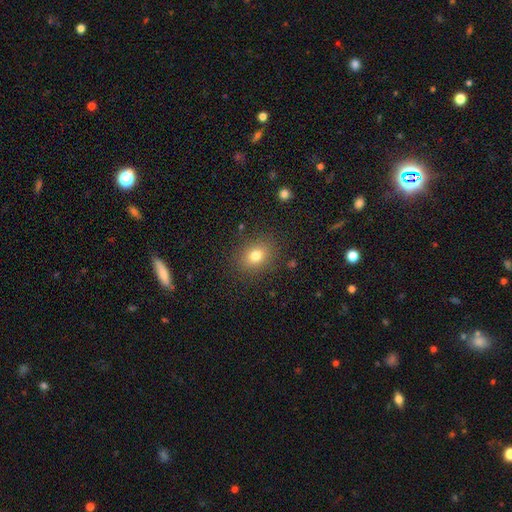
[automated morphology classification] This is likely a smooth galaxy (79%). How rounded: possibly round (50%). Merging: clearly none (85%).